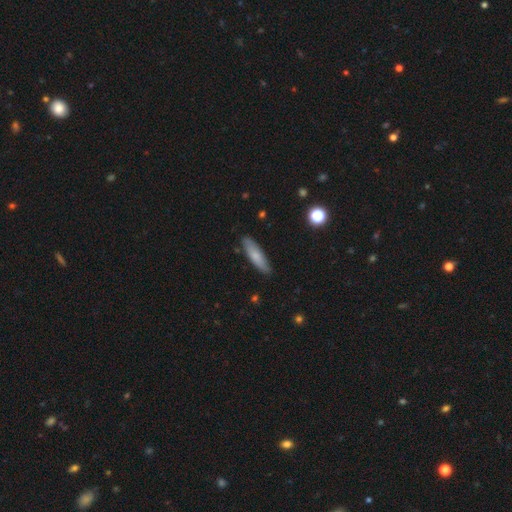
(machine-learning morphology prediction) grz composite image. It shows a smooth galaxy with no disk features (74%) that is cigar-shaped (65%). Merging: none (84%).